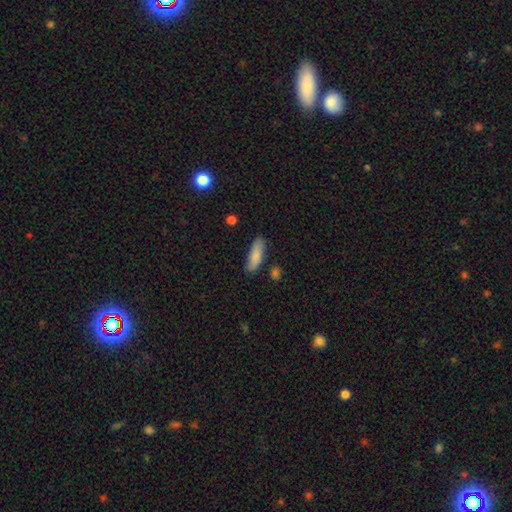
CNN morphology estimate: smooth_or_featured: smooth (p=0.85) [alt: featured or disk p=0.09]
how_rounded: in between (p=0.55) [alt: cigar-shaped p=0.43]
merging: none (p=0.81) [alt: minor disturbance p=0.14]